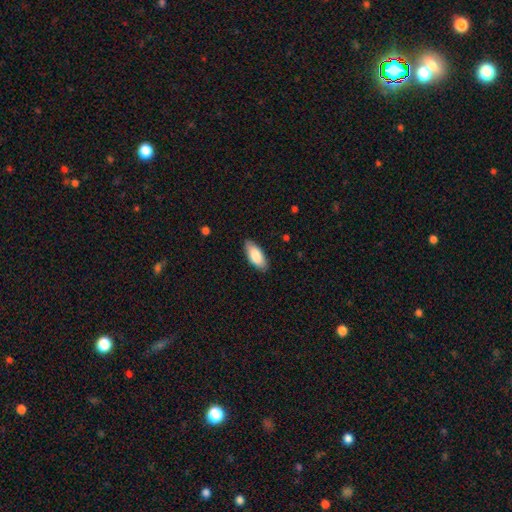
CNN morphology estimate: Smooth or featured? Predicted: smooth (p=0.85). How rounded? Predicted: in between (p=0.87). Merging? Predicted: none (p=0.84).